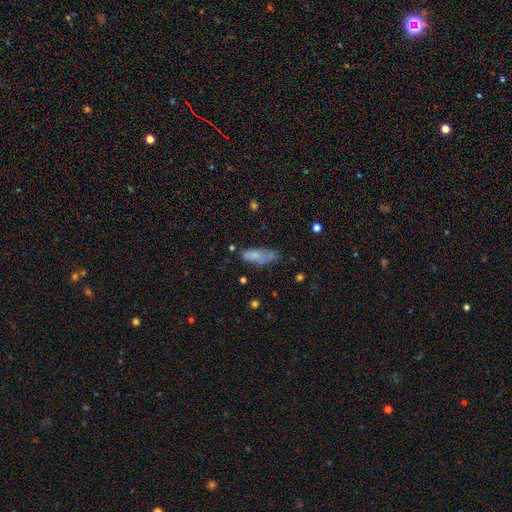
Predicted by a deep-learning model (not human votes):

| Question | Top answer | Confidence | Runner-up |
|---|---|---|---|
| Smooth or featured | smooth | 70% | featured or disk (21%) |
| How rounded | in between | 65% | cigar-shaped (33%) |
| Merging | none | 45% | minor disturbance (29%) |